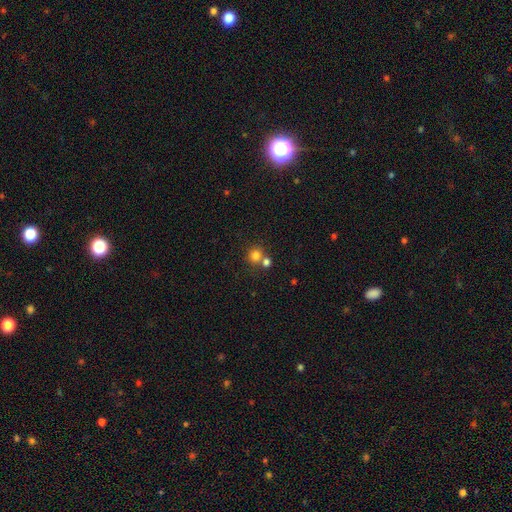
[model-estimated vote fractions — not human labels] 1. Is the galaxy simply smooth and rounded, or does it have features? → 80% smooth, 13% star or artifact, 7% featured or disk.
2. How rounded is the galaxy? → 88% round, 11% in between, 1% cigar-shaped.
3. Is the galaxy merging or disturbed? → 56% none, 34% merger, 7% minor disturbance, 3% major disturbance.